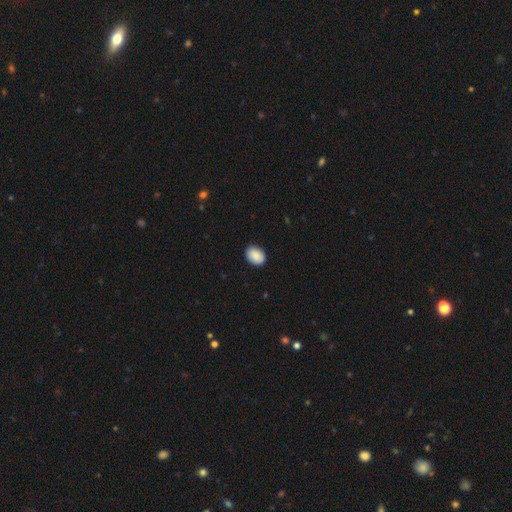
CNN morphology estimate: A smooth galaxy with no disk features (88%) that is in between round and cigar-shaped (72%).

Vote fractions:
- Smooth or featured? smooth: 88% / star or artifact: 7% / featured or disk: 5%
- How rounded? in between: 72% / round: 27% / cigar-shaped: 1%
- Merging? none: 88% / minor disturbance: 9% / major disturbance: 2% / merger: 1%